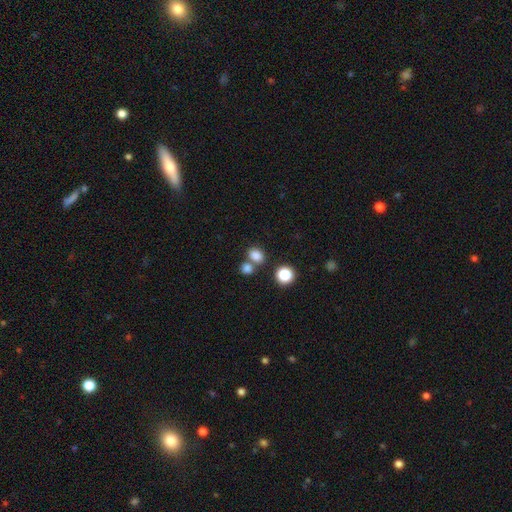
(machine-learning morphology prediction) smooth 80%, star or artifact 14%, featured or disk 6%. Down the decision tree: how rounded — in between (56%); merging — none (54%).